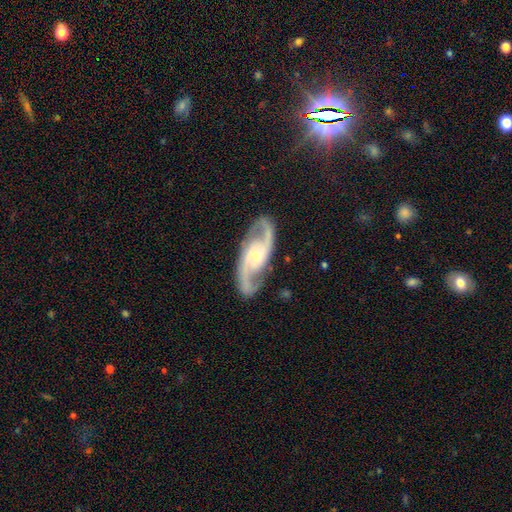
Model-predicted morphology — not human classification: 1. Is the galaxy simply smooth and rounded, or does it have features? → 92% featured or disk, 4% star or artifact, 4% smooth.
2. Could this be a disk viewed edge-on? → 96% no, 4% yes.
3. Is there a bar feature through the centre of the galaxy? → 53% no, 32% weak, 15% strong.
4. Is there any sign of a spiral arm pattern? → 98% yes, 2% no.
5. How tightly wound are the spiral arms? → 58% medium, 23% loose, 18% tight.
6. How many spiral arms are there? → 94% 2, 2% can't tell, 1% 3, 1% 1, 1% 4, 1% more than 4.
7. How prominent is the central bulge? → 59% small, 35% moderate, 3% large, 2% none, 1% dominant.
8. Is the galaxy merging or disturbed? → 86% none, 10% minor disturbance, 3% major disturbance, 1% merger.